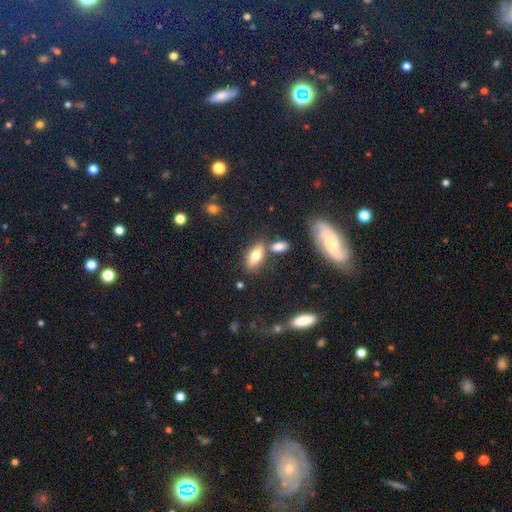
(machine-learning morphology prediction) Smooth or featured?
  - smooth: 68% *
  - featured or disk: 23%
  - star or artifact: 9%
How rounded?
  - in between: 79% *
  - cigar-shaped: 18%
  - round: 4%
Merging?
  - none: 69% *
  - merger: 15%
  - minor disturbance: 12%
  - major disturbance: 4%